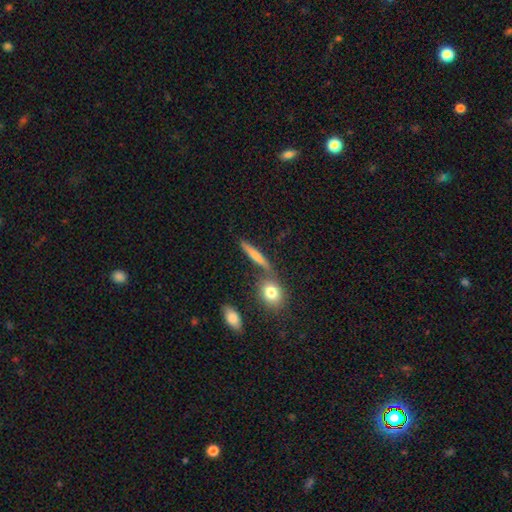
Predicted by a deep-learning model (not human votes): Smooth or featured? Predicted: smooth (p=0.65). How rounded? Predicted: cigar-shaped (p=0.76). Merging? Predicted: none (p=0.69).